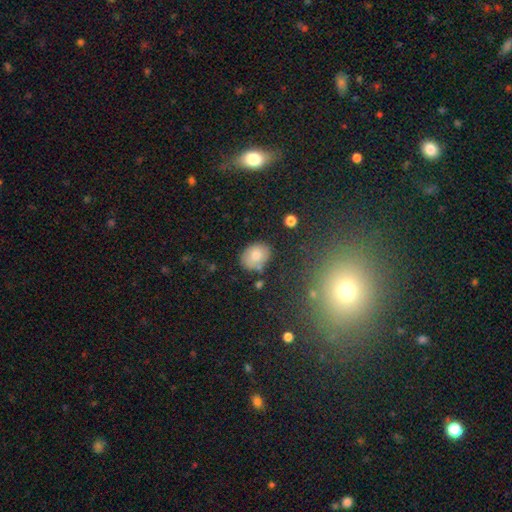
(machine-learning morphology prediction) smooth 79%, featured or disk 12%, star or artifact 9%. Down the decision tree: how rounded — in between (54%); merging — none (71%).